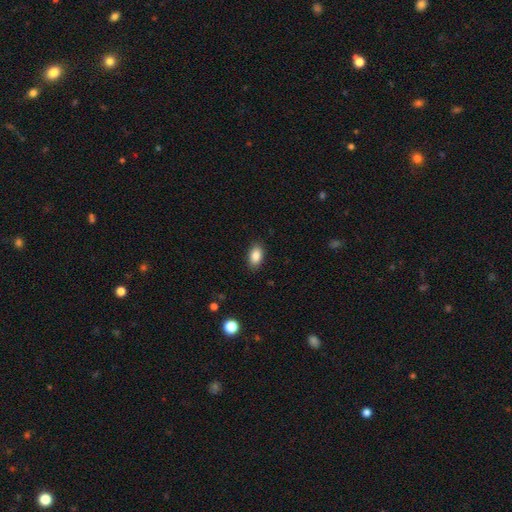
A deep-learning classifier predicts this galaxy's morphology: A smooth galaxy with no disk features (88%) that is in between round and cigar-shaped (92%). Merging: none (88%).